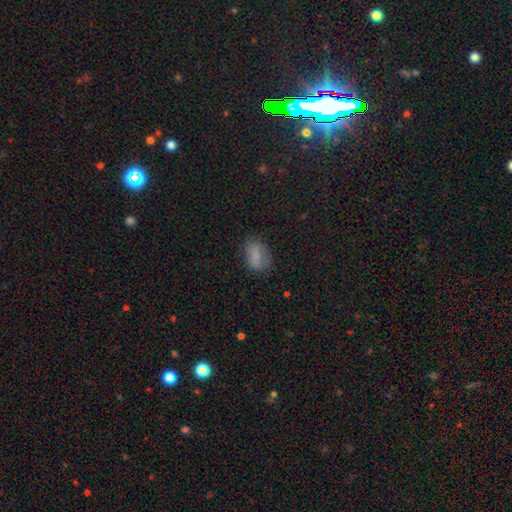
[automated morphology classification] type=smooth (79%); roundness=in between (83%); merging=none (71%).